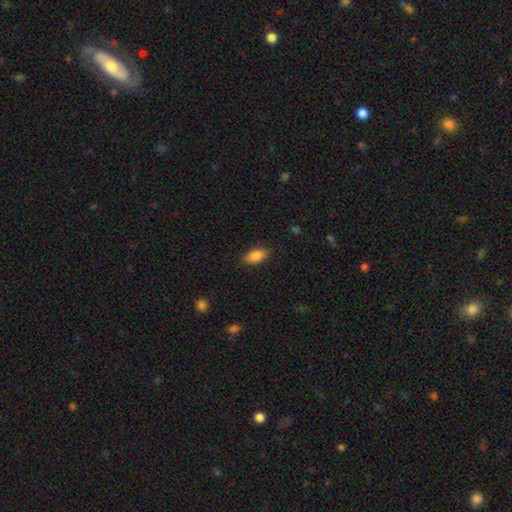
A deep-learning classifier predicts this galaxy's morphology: Smooth or featured? Predicted: smooth (p=0.88). How rounded? Predicted: in between (p=0.92). Merging? Predicted: none (p=0.84).